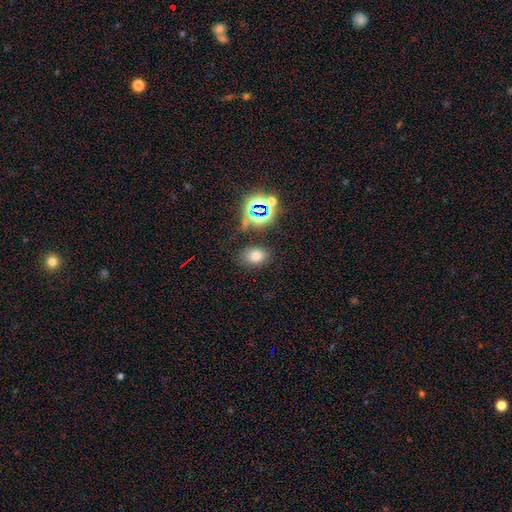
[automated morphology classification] Smooth or featured? smooth (69%)
How rounded? in between (66%)
Merging? none (79%)